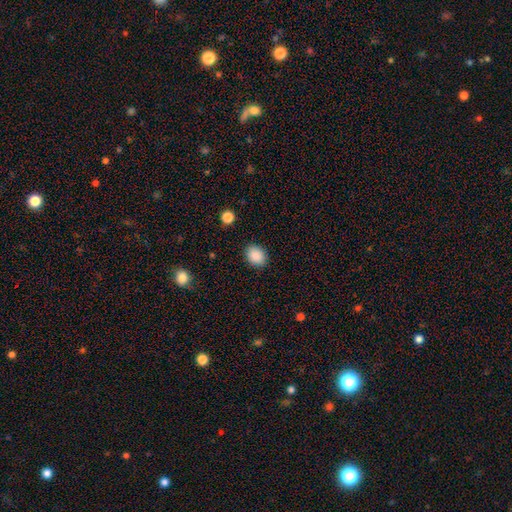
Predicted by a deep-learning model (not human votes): The model was most divided on "how rounded": in between: 59%, round: 40%, cigar-shaped: 1%. More confident: smooth or featured — smooth (89%); merging — none (87%).